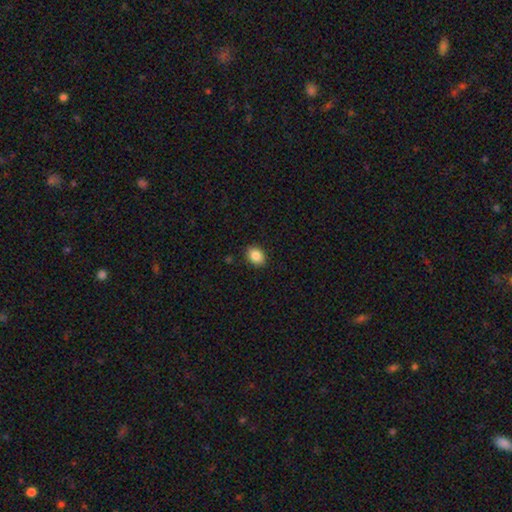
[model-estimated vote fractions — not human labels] A smooth galaxy with no disk features (87%) that is in between round and cigar-shaped (67%).

Vote fractions:
- Smooth or featured? smooth: 87% / star or artifact: 8% / featured or disk: 5%
- How rounded? in between: 67% / round: 32% / cigar-shaped: 1%
- Merging? none: 89% / minor disturbance: 8% / major disturbance: 2% / merger: 1%